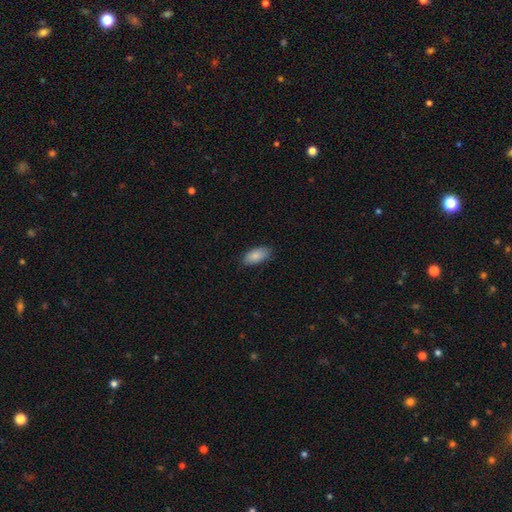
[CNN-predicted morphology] Overall: smooth (86%). How rounded: in between (92%). Merging: none (83%).